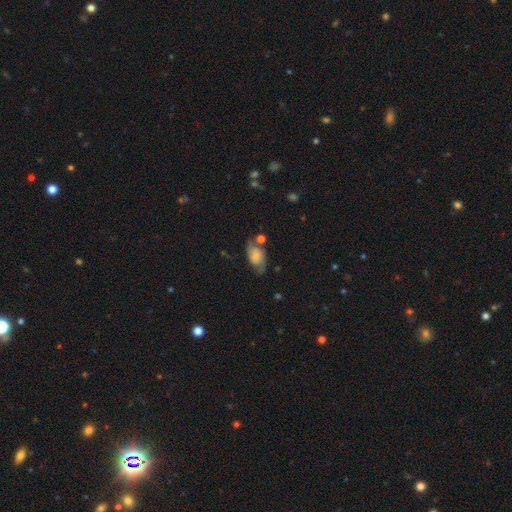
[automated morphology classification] This appears to be a featured or disk galaxy (50%). Merging: none (54%).